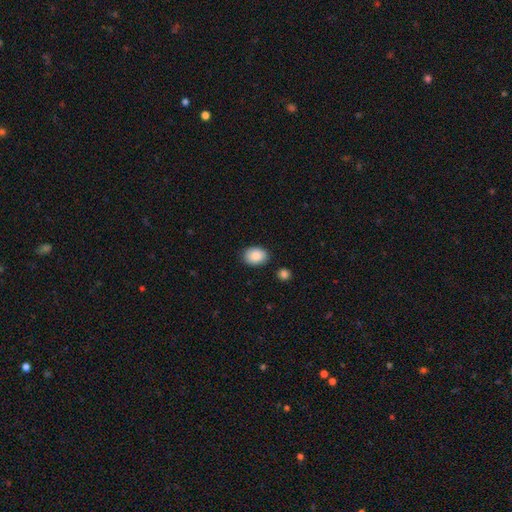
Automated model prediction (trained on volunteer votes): Morphology: type=smooth (89%); roundness=in between (73%); merging=none (84%).